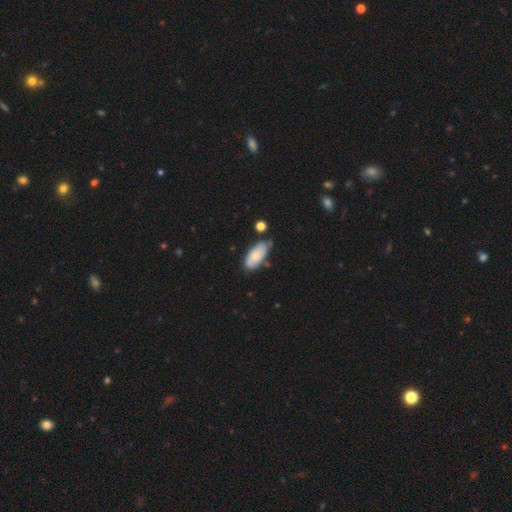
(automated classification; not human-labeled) Overall: smooth (73%). How rounded: in between (88%). Merging: none (62%; minor disturbance 26%).